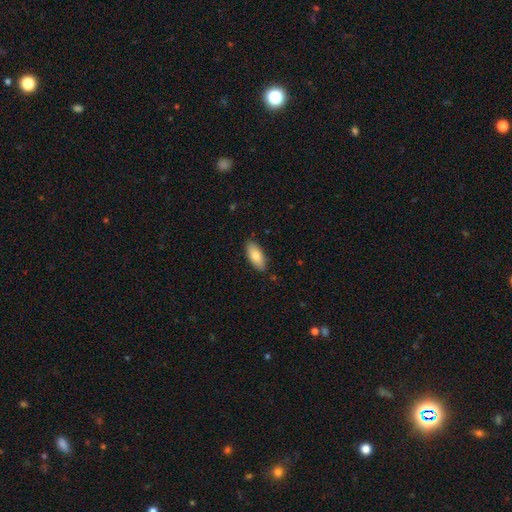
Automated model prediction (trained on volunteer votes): Smooth or featured?
  - smooth: 80% *
  - featured or disk: 14%
  - star or artifact: 6%
How rounded?
  - in between: 87% *
  - cigar-shaped: 11%
  - round: 2%
Merging?
  - none: 85% *
  - minor disturbance: 12%
  - major disturbance: 2%
  - merger: 1%